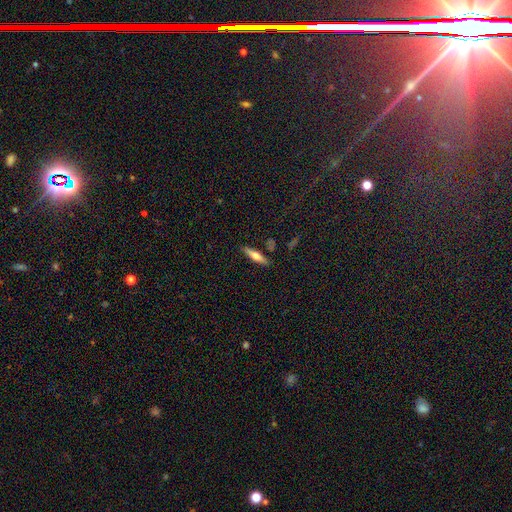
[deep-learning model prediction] A smooth galaxy with no disk features (49%). Merging: none (85%).